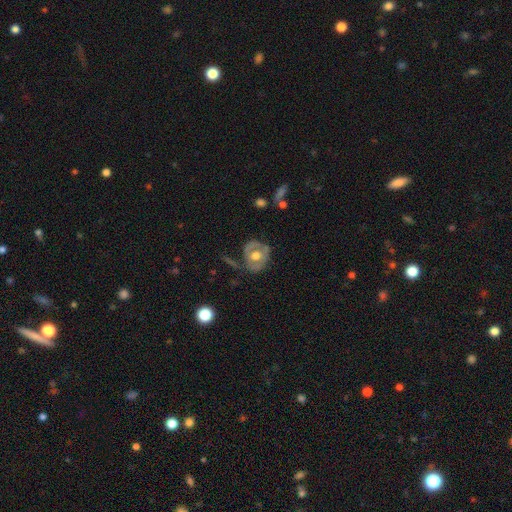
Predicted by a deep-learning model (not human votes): The model was most divided on "smooth or featured": featured or disk: 54%, smooth: 40%, star or artifact: 7%. More confident: edge-on disk — no (95%); bar — no (79%); spiral arms — no (67%); bulge size — moderate (66%); merging — none (58%).